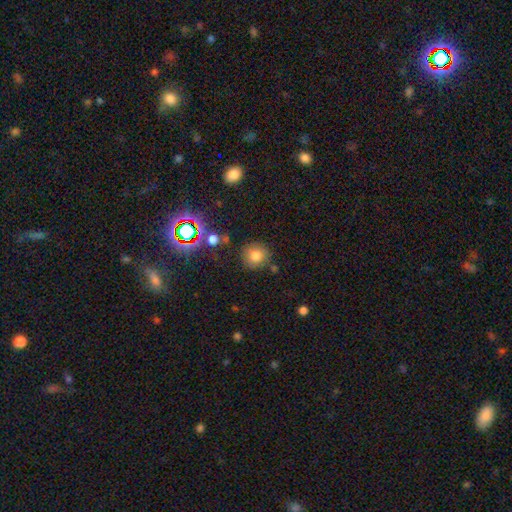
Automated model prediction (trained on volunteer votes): A smooth galaxy with no disk features (77%) that is round (89%). Merging: none (81%).